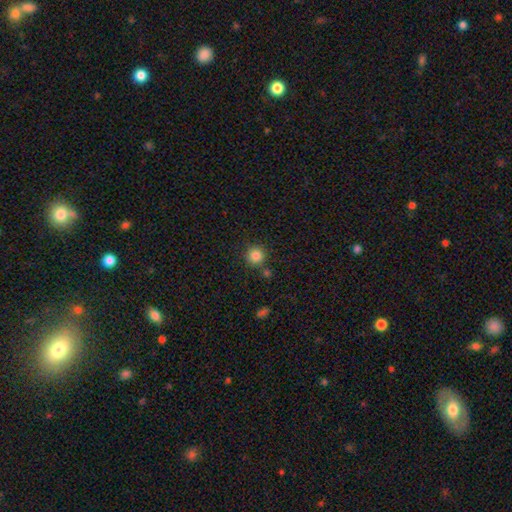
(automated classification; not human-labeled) A smooth galaxy with no disk features (84%) that is round (95%). Merging: none (83%).